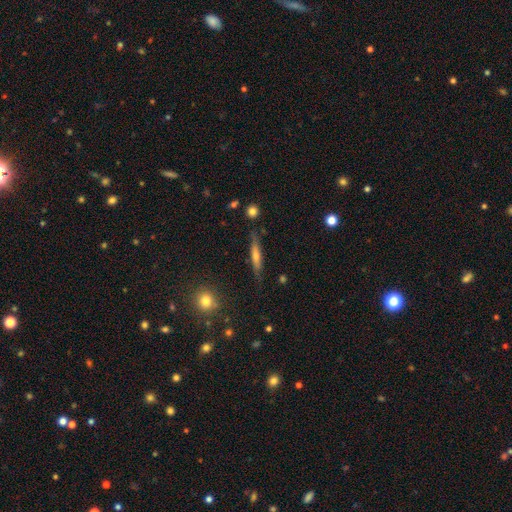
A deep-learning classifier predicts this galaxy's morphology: This appears to be a featured or disk galaxy (55%) viewed edge-on (92%) with a rounded central bulge (58%). Merging: none (83%).